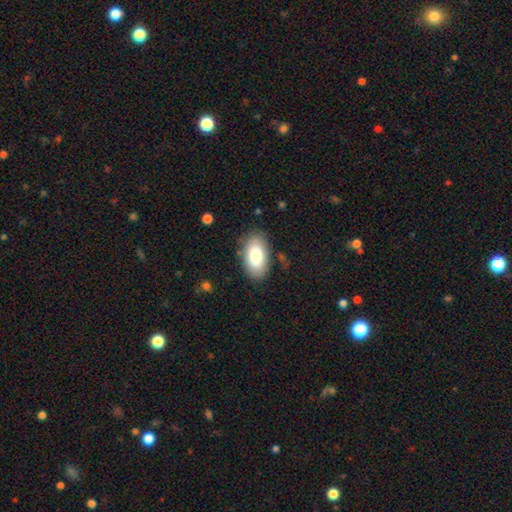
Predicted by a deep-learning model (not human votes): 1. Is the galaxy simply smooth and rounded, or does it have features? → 82% smooth, 11% featured or disk, 6% star or artifact.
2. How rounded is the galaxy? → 95% in between, 3% round, 2% cigar-shaped.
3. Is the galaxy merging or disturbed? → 84% none, 11% minor disturbance, 3% major disturbance, 1% merger.